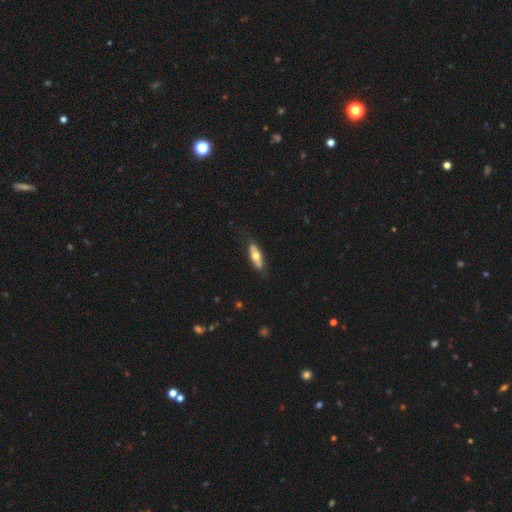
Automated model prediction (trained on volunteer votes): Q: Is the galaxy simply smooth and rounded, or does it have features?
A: smooth — 53%.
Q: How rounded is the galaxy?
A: in between — 52%.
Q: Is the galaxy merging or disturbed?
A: none — 78%.